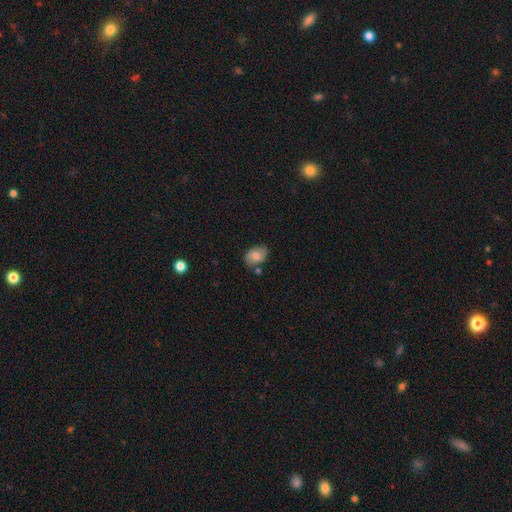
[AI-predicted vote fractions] smooth-or-featured: smooth: 70% | featured or disk: 22% | star or artifact: 8%
  how-rounded: in between: 75% | round: 23% | cigar-shaped: 1%
  merging: none: 70% | minor disturbance: 19% | merger: 7% | major disturbance: 4%